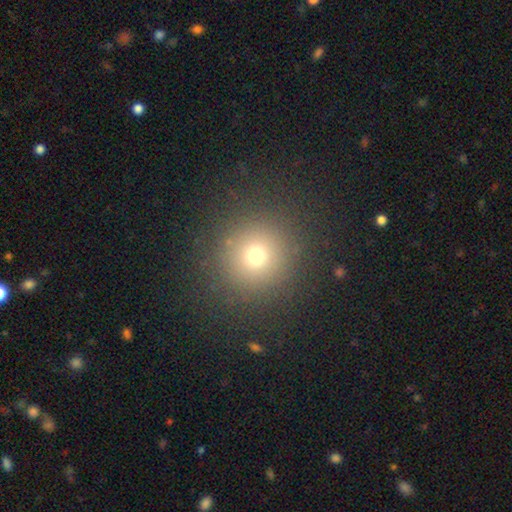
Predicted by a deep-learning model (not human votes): Smooth or featured?
  - smooth: 72% *
  - star or artifact: 19%
  - featured or disk: 10%
How rounded?
  - round: 93% *
  - in between: 6%
  - cigar-shaped: 1%
Merging?
  - none: 89% *
  - minor disturbance: 6%
  - major disturbance: 4%
  - merger: 1%